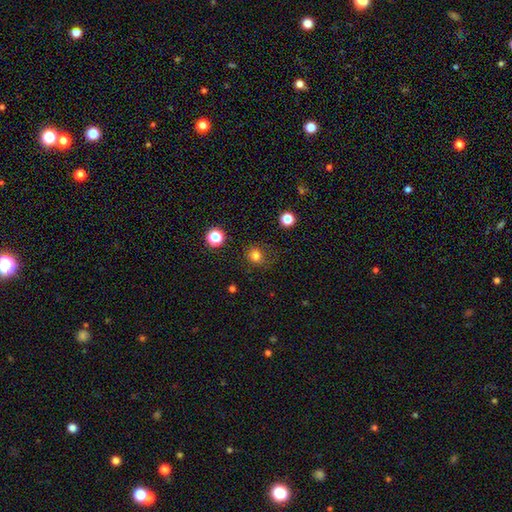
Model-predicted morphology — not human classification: smooth 79%, star or artifact 16%, featured or disk 5%. Down the decision tree: how rounded — round (86%); merging — none (78%).